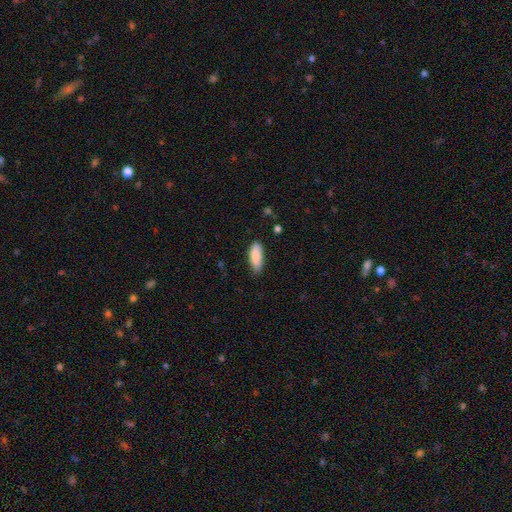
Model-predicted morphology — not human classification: Smooth or featured? smooth (88%)
How rounded? in between (71%)
Merging? none (80%)